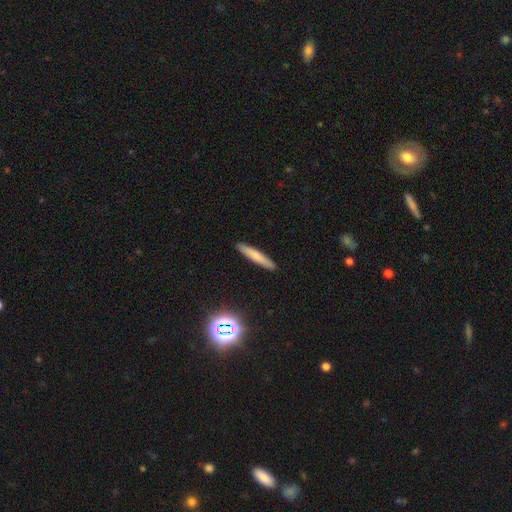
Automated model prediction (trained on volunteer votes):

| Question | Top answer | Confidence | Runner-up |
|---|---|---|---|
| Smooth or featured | smooth | 71% | featured or disk (20%) |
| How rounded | cigar-shaped | 93% | in between (6%) |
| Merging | none | 91% | minor disturbance (6%) |